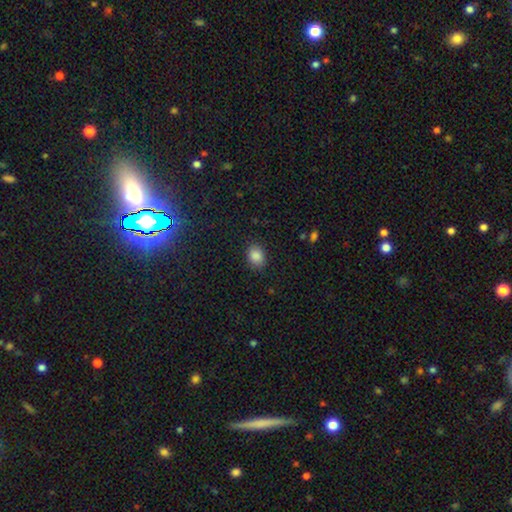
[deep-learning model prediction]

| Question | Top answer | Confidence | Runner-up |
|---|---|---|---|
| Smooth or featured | smooth | 87% | star or artifact (10%) |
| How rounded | in between | 60% | round (39%) |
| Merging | none | 86% | minor disturbance (10%) |